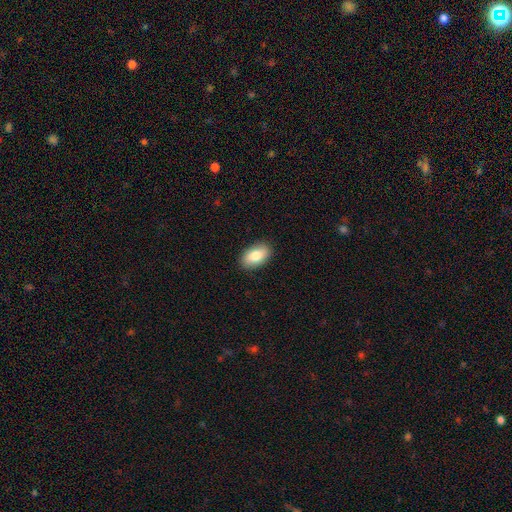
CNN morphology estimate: type=smooth (82%); roundness=in between (93%); merging=none (89%).